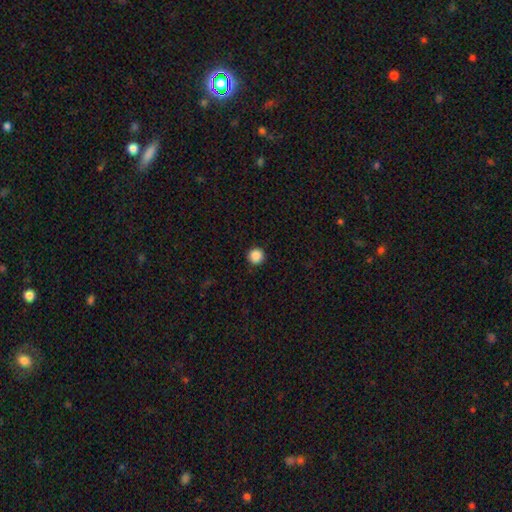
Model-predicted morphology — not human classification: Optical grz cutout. It shows a smooth galaxy with no disk features (88%) that is round (96%). Merging: none (93%).